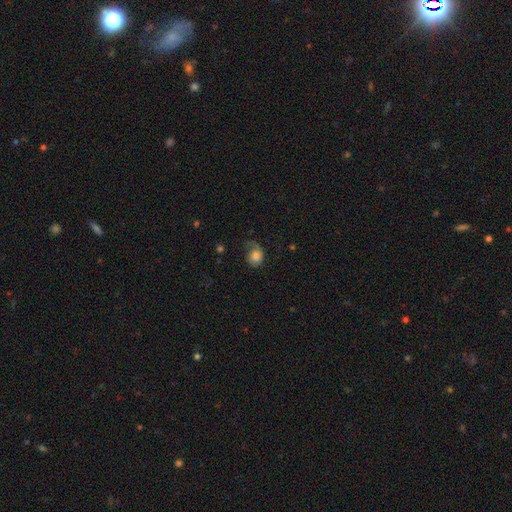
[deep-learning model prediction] smooth 61%, featured or disk 29%, star or artifact 9%. Down the decision tree: how rounded — round (62%); merging — none (39%).